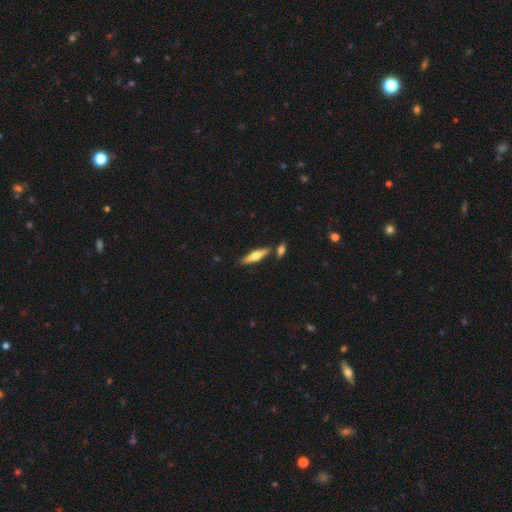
featured or disk 68%, smooth 26%, star or artifact 5%. Down the decision tree: edge-on disk — yes (100%); edge-on bulge — rounded (96%); merging — none (81%).